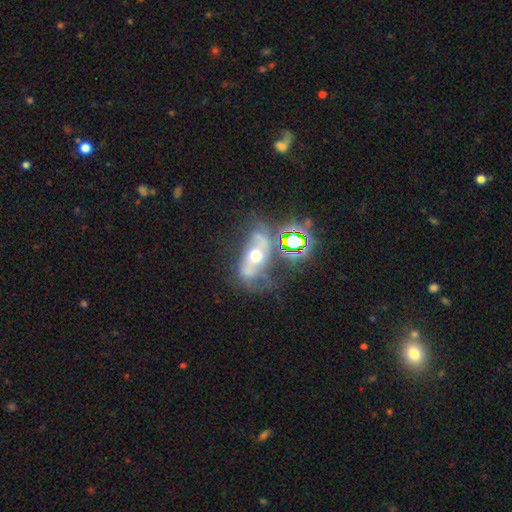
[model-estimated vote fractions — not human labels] The model was most divided on "merging": none: 47%, minor disturbance: 22%, major disturbance: 21%, merger: 10%. More confident: edge-on disk — no (89%); spiral arms — yes (72%); bulge size — moderate (71%); smooth or featured — featured or disk (62%); bar — no (58%).